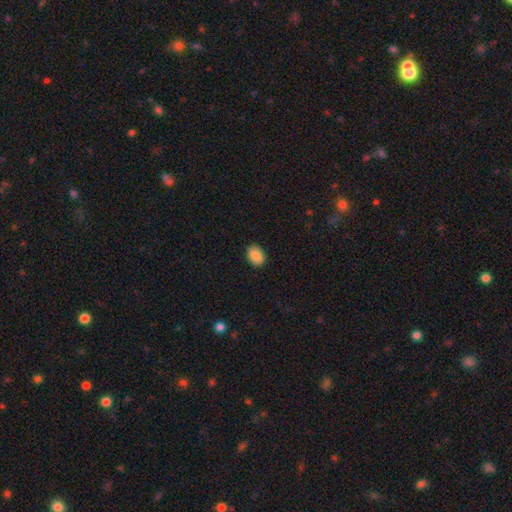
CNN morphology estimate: Overall: smooth (88%). How rounded: in between (75%). Merging: none (88%).